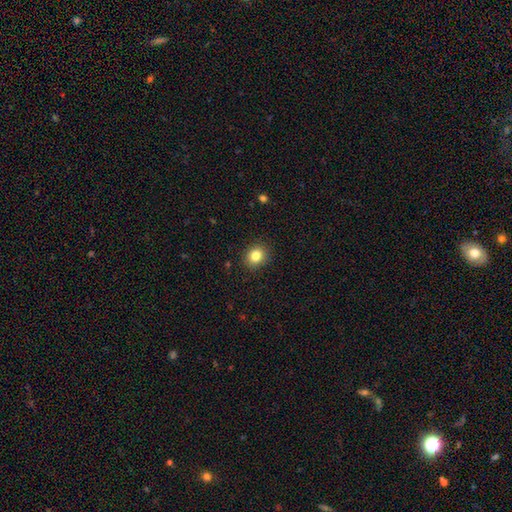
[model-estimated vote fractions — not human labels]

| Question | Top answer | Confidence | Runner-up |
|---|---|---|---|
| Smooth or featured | smooth | 83% | star or artifact (11%) |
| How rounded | round | 66% | in between (33%) |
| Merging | none | 89% | minor disturbance (8%) |